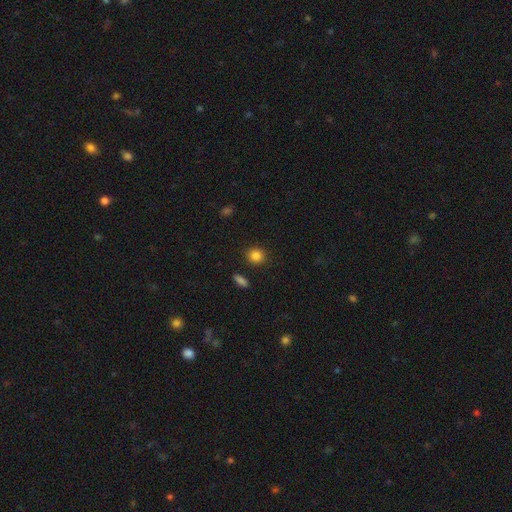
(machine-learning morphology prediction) The model was most divided on "how rounded": round: 79%, in between: 19%, cigar-shaped: 1%. More confident: merging — none (88%); smooth or featured — smooth (86%).